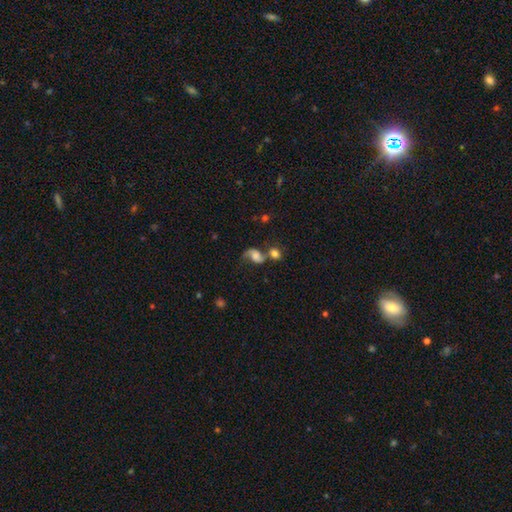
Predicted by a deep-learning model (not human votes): Smooth or featured? featured or disk (50%)
Edge-on disk? no (97%)
Merging? merger (41%)